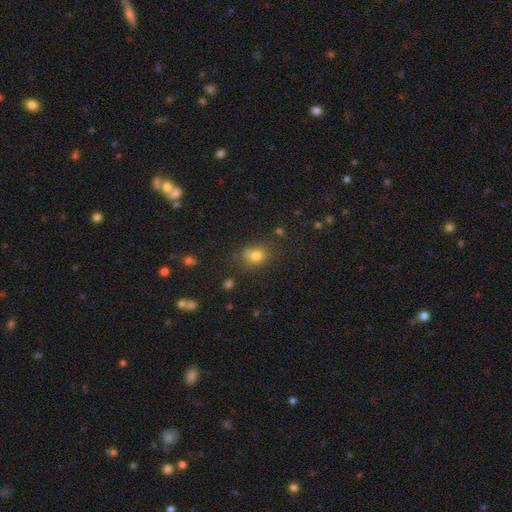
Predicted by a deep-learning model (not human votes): This is likely a smooth galaxy (77%). How rounded: possibly round (55%). Merging: likely none (67%).